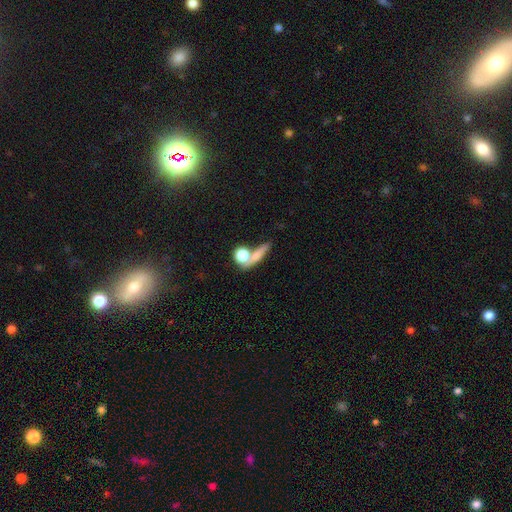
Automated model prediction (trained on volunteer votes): A smooth galaxy with no disk features (66%) that is round (41%).

Vote fractions:
- Smooth or featured? smooth: 66% / featured or disk: 22% / star or artifact: 12%
- How rounded? round: 41% / cigar-shaped: 33% / in between: 26%
- Merging? none: 48% / merger: 30% / minor disturbance: 12% / major disturbance: 10%